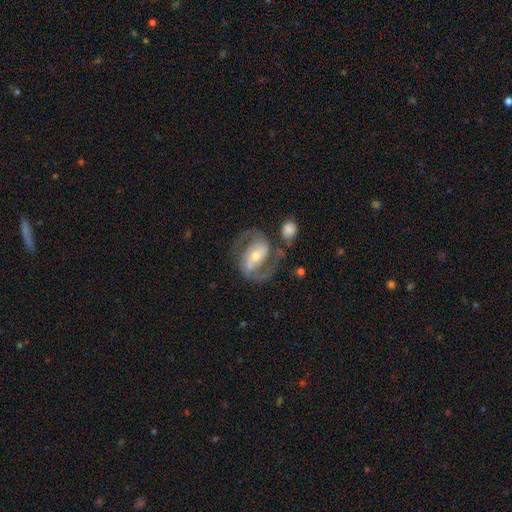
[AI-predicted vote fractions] The model was most divided on "bar": strong: 41%, weak: 35%, no: 23%. More confident: edge-on disk — no (97%); spiral arms — yes (95%); spiral arm count — 2 (91%); smooth or featured — featured or disk (88%); merging — none (67%); spiral winding — medium (56%); bulge size — moderate (53%).